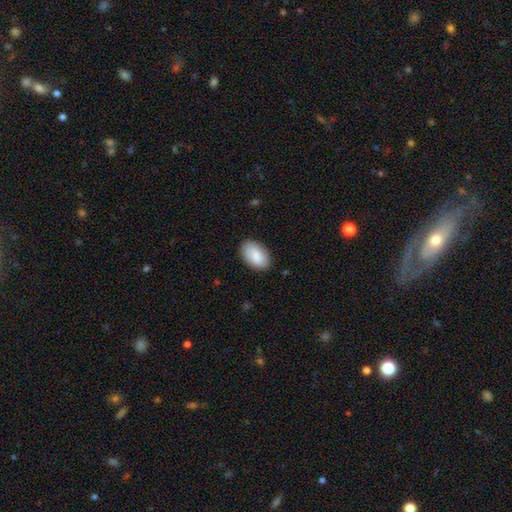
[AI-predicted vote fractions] Smooth or featured?
  - smooth: 83% *
  - featured or disk: 11%
  - star or artifact: 6%
How rounded?
  - in between: 93% *
  - round: 5%
  - cigar-shaped: 2%
Merging?
  - none: 83% *
  - minor disturbance: 13%
  - major disturbance: 3%
  - merger: 1%